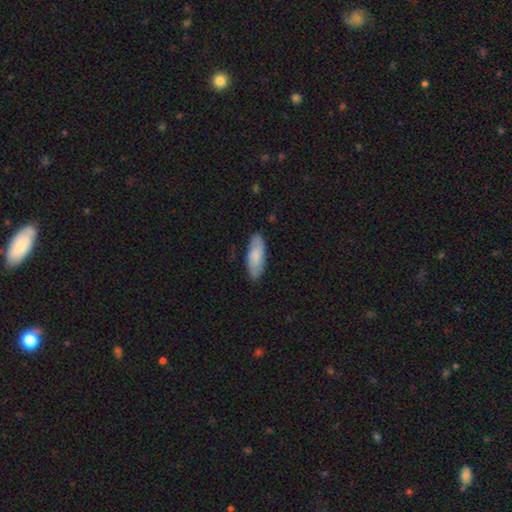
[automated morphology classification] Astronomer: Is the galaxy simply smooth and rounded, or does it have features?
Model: smooth — 77%.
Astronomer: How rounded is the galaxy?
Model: in between — 72%.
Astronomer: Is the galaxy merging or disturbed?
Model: none — 84%.